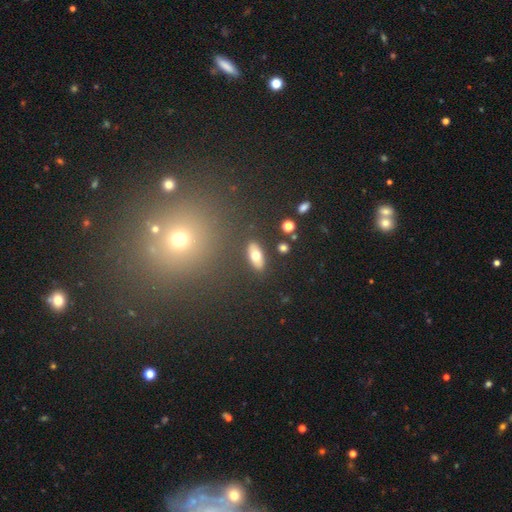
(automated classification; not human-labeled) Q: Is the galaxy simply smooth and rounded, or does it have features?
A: smooth — 71%.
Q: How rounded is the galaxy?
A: in between — 85%.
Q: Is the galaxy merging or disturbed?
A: none — 87%.